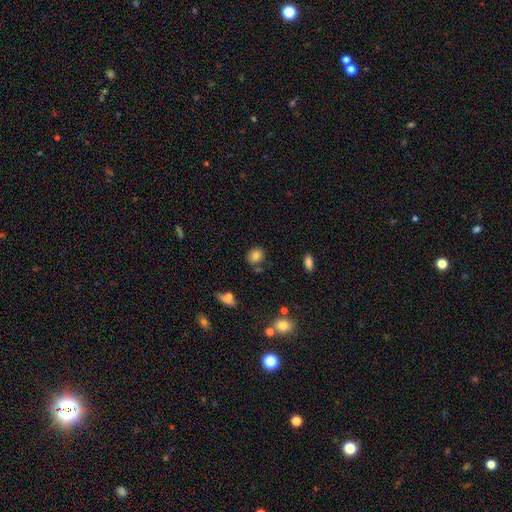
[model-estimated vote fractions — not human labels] smooth 80%, star or artifact 11%, featured or disk 9%. Down the decision tree: how rounded — round (58%); merging — none (76%).